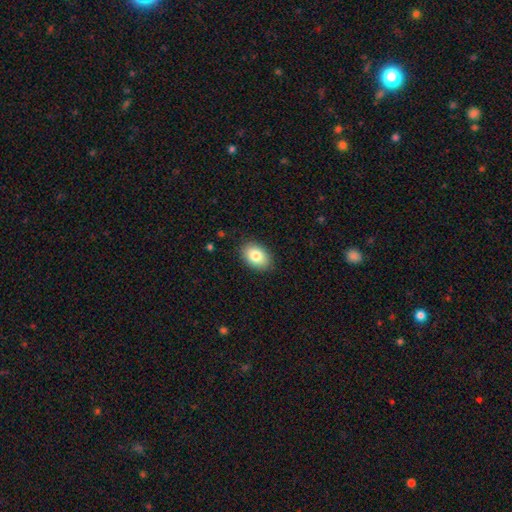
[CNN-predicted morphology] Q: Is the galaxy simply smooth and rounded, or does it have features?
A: smooth — 83%.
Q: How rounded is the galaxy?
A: in between — 85%.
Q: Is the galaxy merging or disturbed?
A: none — 87%.